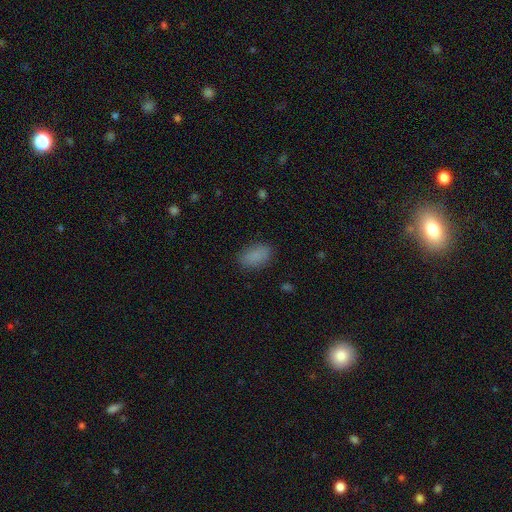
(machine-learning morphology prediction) Overall: smooth (87%). How rounded: in between (92%). Merging: none (85%).